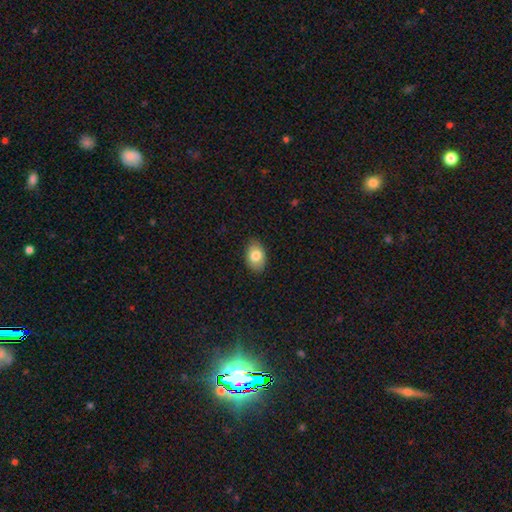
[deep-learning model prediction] Morphology: type=smooth (80%); roundness=in between (85%); merging=none (84%).